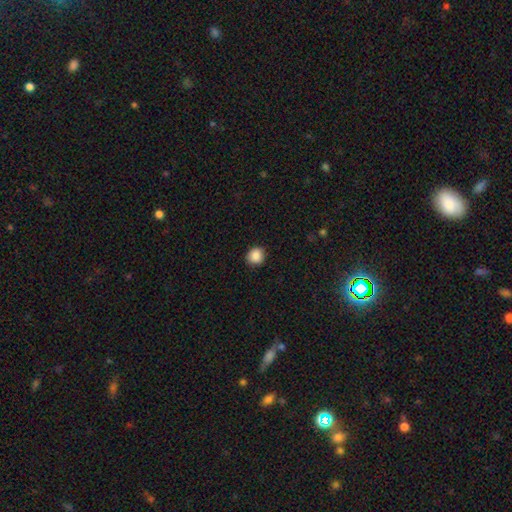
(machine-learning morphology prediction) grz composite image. It shows a smooth galaxy with no disk features (88%) that is round (85%). Merging: none (90%).